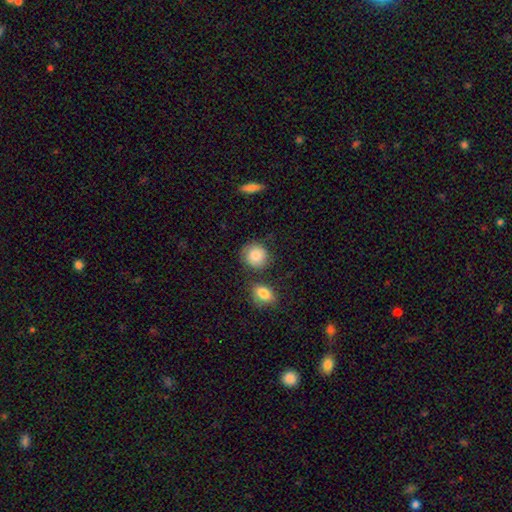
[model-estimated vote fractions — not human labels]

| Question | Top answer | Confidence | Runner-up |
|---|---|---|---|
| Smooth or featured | smooth | 80% | featured or disk (12%) |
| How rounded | round | 85% | in between (14%) |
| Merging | none | 69% | minor disturbance (17%) |